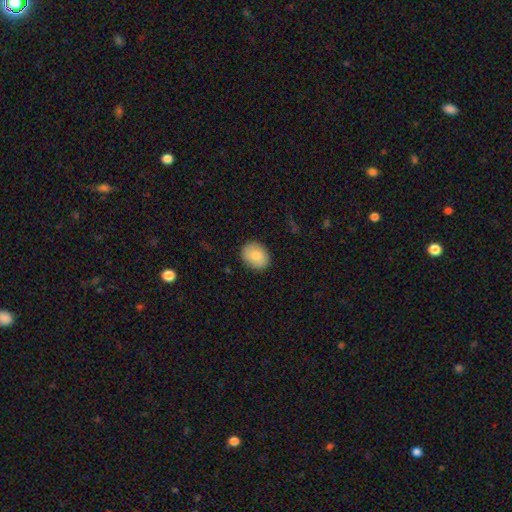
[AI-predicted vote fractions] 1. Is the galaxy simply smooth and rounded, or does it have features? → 81% smooth, 12% featured or disk, 7% star or artifact.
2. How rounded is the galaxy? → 54% in between, 45% round, 1% cigar-shaped.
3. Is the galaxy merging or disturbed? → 87% none, 10% minor disturbance, 2% major disturbance, 1% merger.